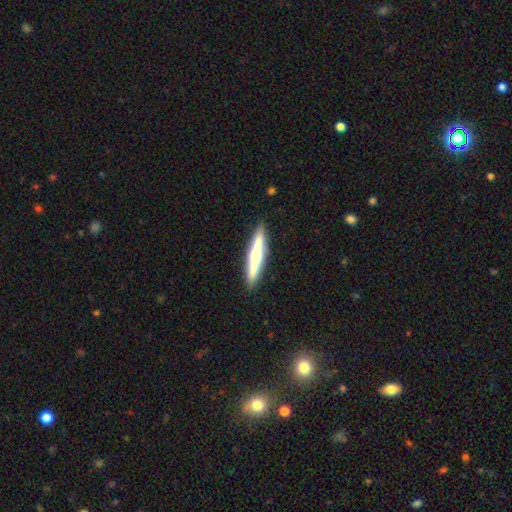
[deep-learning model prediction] Q: Smooth or featured?
A: featured or disk (58%); runner-up: smooth (37%)
Q: Edge-on disk?
A: yes (96%); runner-up: no (4%)
Q: Edge-on bulge?
A: rounded (81%); runner-up: none (11%)
Q: Merging?
A: none (90%); runner-up: minor disturbance (7%)